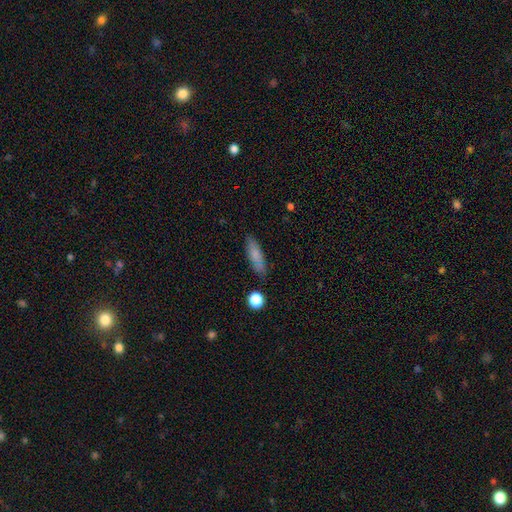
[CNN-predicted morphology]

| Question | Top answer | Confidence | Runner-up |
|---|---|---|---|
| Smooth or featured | smooth | 74% | featured or disk (17%) |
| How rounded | cigar-shaped | 53% | in between (45%) |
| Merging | none | 75% | minor disturbance (16%) |